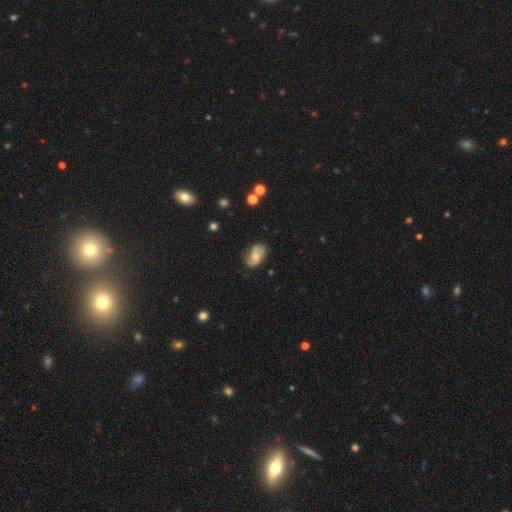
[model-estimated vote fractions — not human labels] Smooth or featured: featured or disk — 67% (smooth — 25%)
Edge-on disk: no — 97% (yes — 3%)
Bar: no — 55% (weak — 37%)
Spiral arms: yes — 91% (no — 9%)
Spiral winding: loose — 41% (tied with medium — 41%)
Spiral arm count: 2 — 87% (can't tell — 7%)
Bulge size: moderate — 52% (small — 37%)
Merging: none — 74% (minor disturbance — 18%)